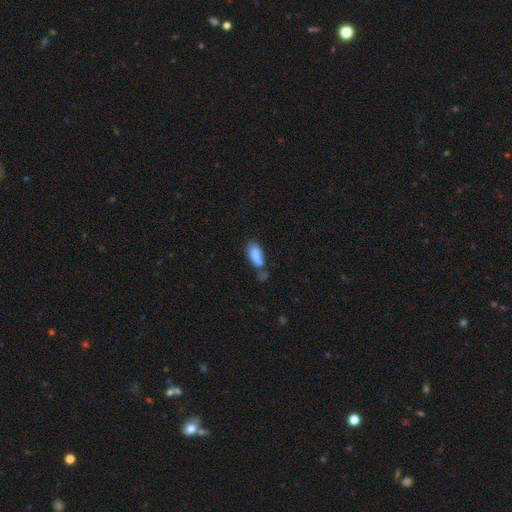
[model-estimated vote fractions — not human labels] This appears to be a smooth galaxy with no disk features (80%) that is in between round and cigar-shaped (82%). Merging: none (35%).